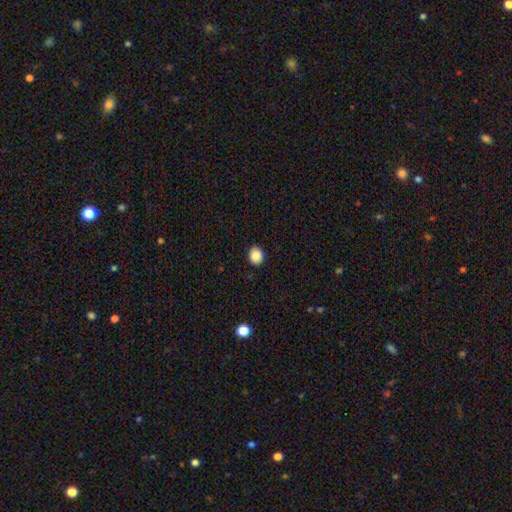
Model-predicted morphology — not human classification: smooth 87%, star or artifact 9%, featured or disk 4%. Down the decision tree: how rounded — round (66%); merging — none (87%).